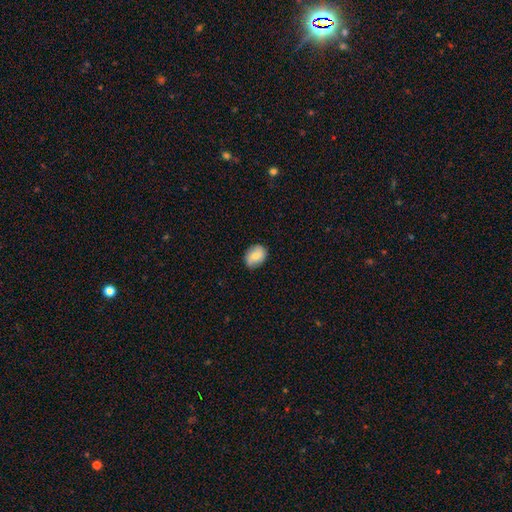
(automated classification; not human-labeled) This is likely a smooth galaxy (76%). How rounded: likely in between (64%). Merging: clearly none (80%).